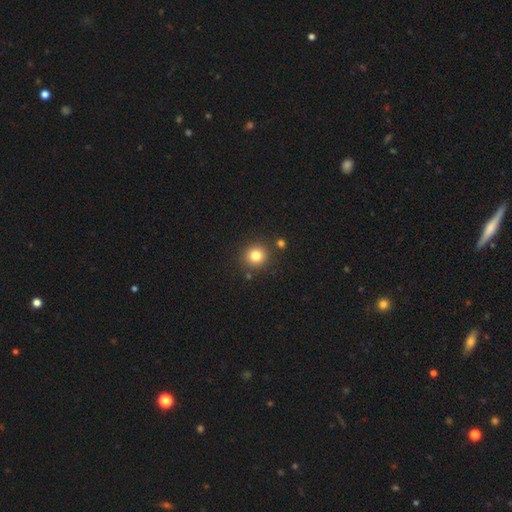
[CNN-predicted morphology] type=smooth (81%); roundness=round (92%); merging=none (86%).